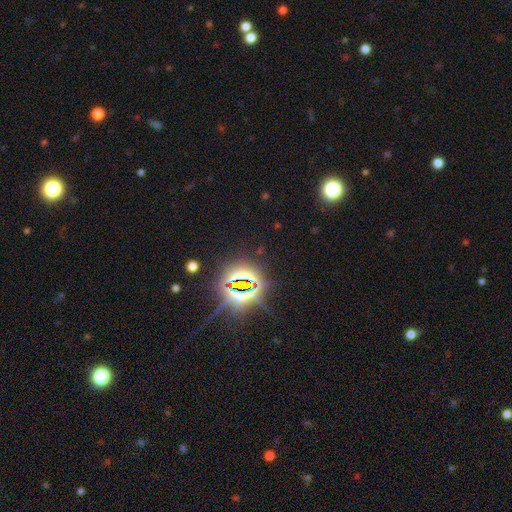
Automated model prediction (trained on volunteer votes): The model was most divided on "smooth or featured": star or artifact: 83%, smooth: 11%, featured or disk: 7%.